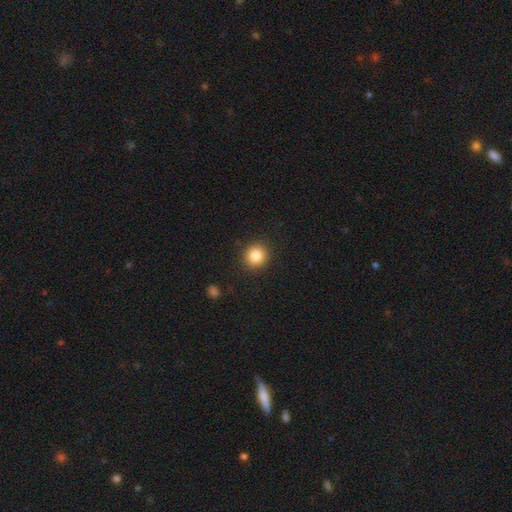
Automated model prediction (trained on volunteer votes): smooth_or_featured: smooth (p=0.84) [alt: star or artifact p=0.10]
how_rounded: round (p=0.90) [alt: in between p=0.09]
merging: none (p=0.91) [alt: minor disturbance p=0.06]